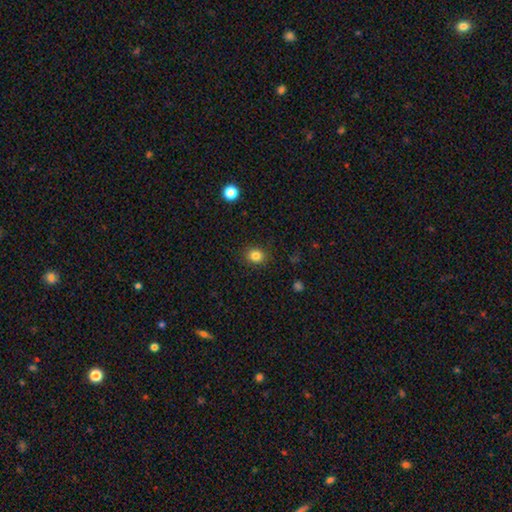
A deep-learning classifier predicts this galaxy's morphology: The model was most divided on "how rounded": round: 72%, in between: 27%, cigar-shaped: 1%. More confident: merging — none (88%); smooth or featured — smooth (84%).